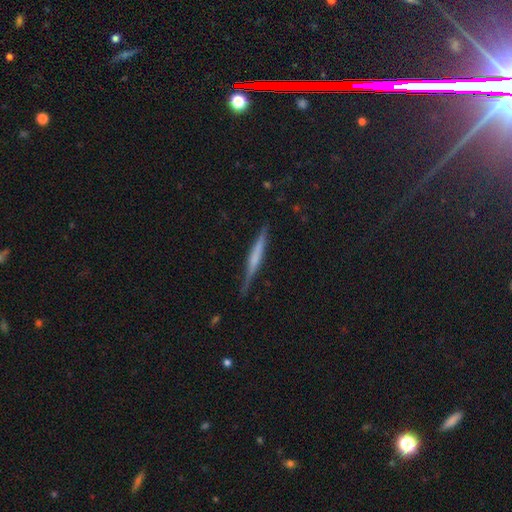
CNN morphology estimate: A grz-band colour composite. It shows a featured or disk galaxy (57%) viewed edge-on (97%) with no central bulge (51%). Merging: none (83%).